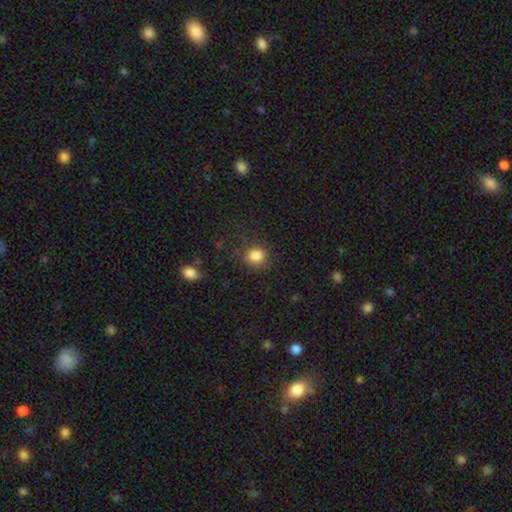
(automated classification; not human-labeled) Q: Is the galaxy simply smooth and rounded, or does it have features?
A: smooth — 85%.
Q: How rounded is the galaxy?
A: round — 81%.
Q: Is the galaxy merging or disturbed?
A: none — 82%.